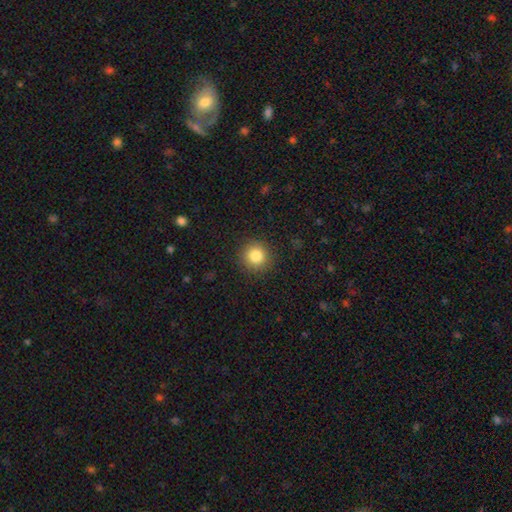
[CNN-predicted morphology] This is clearly a smooth galaxy (84%). How rounded: clearly round (94%). Merging: clearly none (90%).